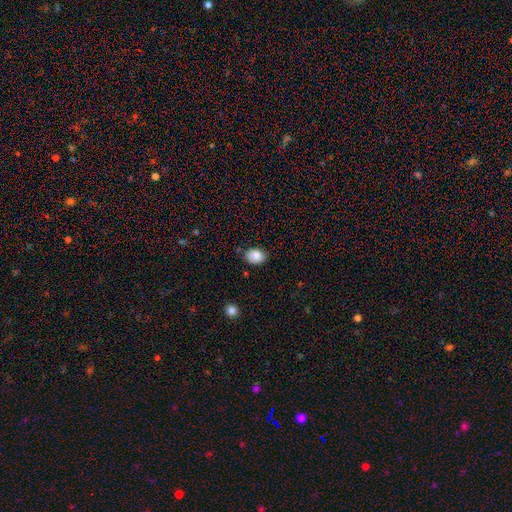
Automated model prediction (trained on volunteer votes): smooth 86%, star or artifact 8%, featured or disk 6%. Down the decision tree: how rounded — in between (66%); merging — none (78%).